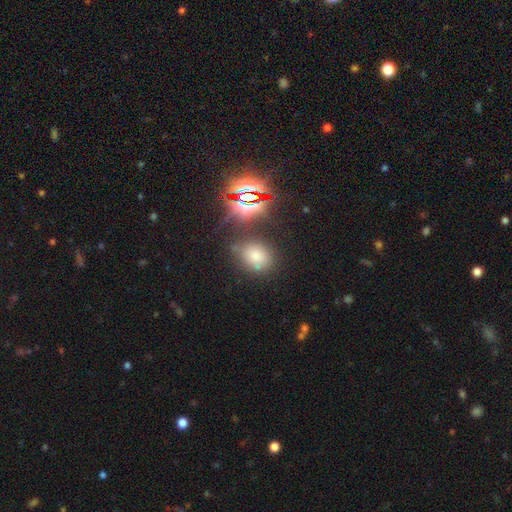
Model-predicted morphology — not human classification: This appears to be a smooth galaxy with no disk features (66%) that is in between round and cigar-shaped (54%). Merging: none (68%).